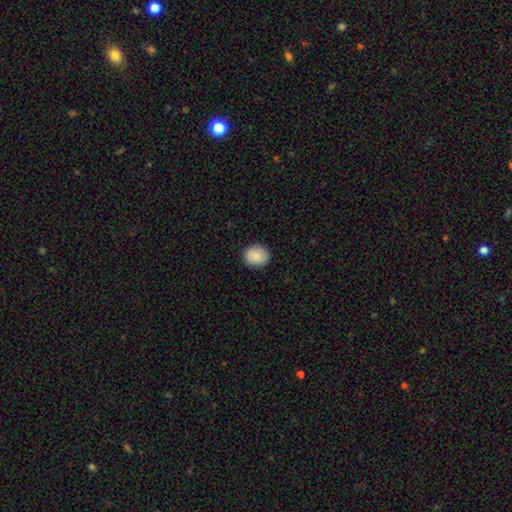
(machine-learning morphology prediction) A smooth galaxy with no disk features (88%) that is round (64%).

Vote fractions:
- Smooth or featured? smooth: 88% / star or artifact: 7% / featured or disk: 5%
- How rounded? round: 64% / in between: 35% / cigar-shaped: 1%
- Merging? none: 89% / minor disturbance: 8% / major disturbance: 2% / merger: 1%